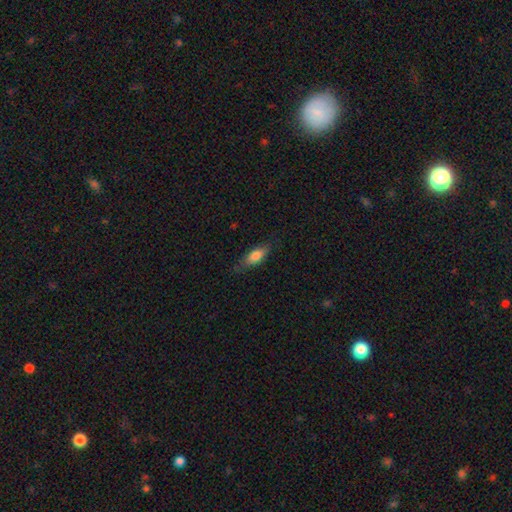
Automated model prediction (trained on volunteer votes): Smooth or featured?
  - smooth: 77% *
  - featured or disk: 16%
  - star or artifact: 7%
How rounded?
  - in between: 72% *
  - cigar-shaped: 26%
  - round: 3%
Merging?
  - none: 74% *
  - minor disturbance: 20%
  - major disturbance: 5%
  - merger: 1%